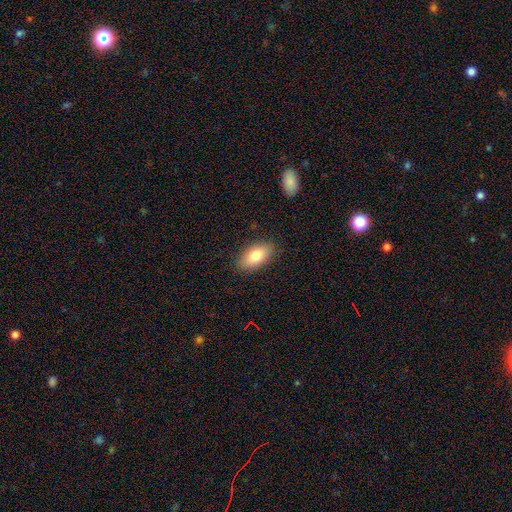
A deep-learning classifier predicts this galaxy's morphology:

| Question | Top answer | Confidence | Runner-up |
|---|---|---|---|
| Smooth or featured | smooth | 80% | featured or disk (13%) |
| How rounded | in between | 91% | cigar-shaped (5%) |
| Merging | none | 87% | minor disturbance (10%) |